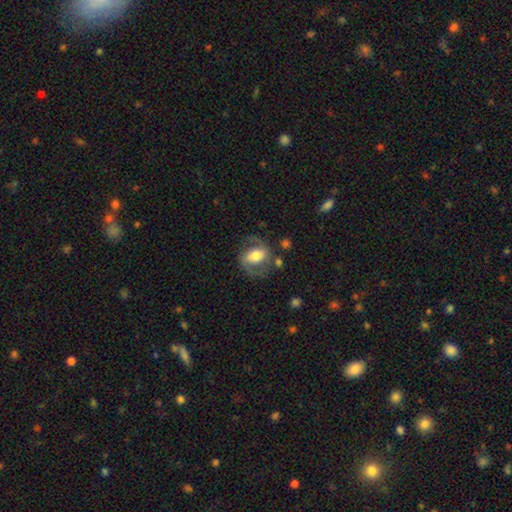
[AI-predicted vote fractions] Smooth or featured? Predicted: featured or disk (p=0.59). Edge-on disk? Predicted: no (p=0.96). Bar? Predicted: weak (p=0.37). Spiral arms? Predicted: yes (p=0.79). Bulge size? Predicted: moderate (p=0.56). Merging? Predicted: none (p=0.64).